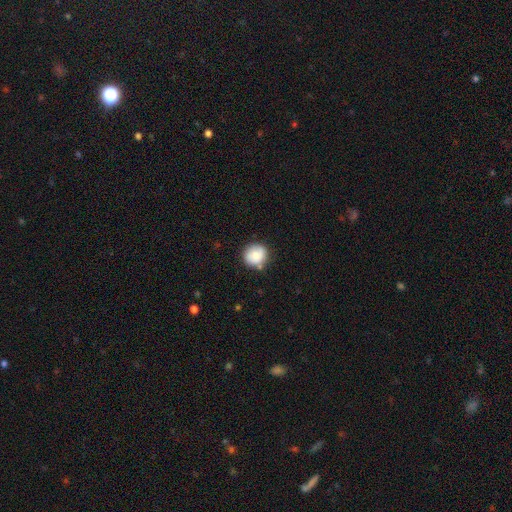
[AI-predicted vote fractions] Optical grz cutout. It shows a smooth galaxy with no disk features (82%) that is round (86%). Merging: none (74%).